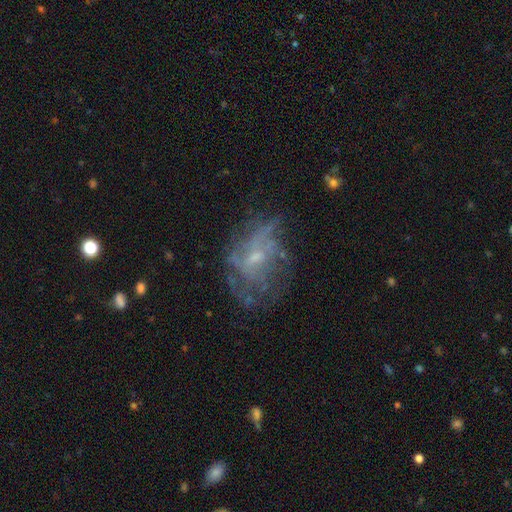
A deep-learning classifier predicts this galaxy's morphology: type=featured or disk (64%); edge-on=no (96%); bar=no (66%); spiral arms=no (54%); bulge=small (58%); merging=none (48%).